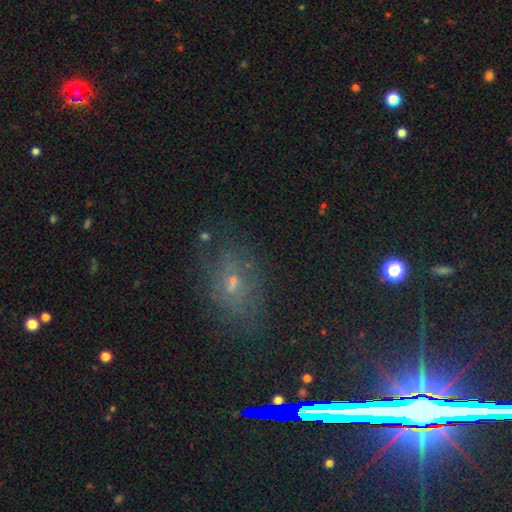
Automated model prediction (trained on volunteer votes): Smooth or featured?
  - star or artifact: 41% *
  - smooth: 32%
  - featured or disk: 27%